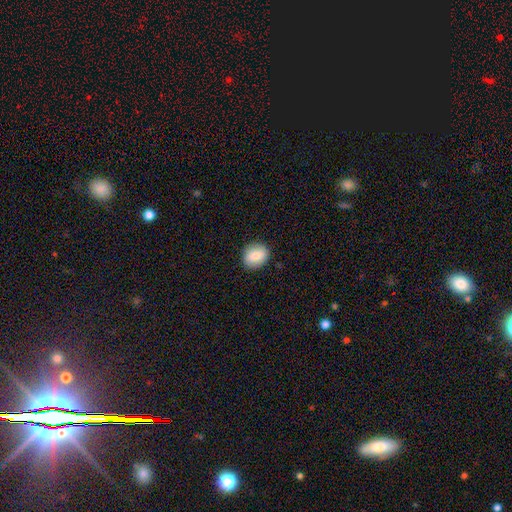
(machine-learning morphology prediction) Smooth or featured?
  - smooth: 80% *
  - featured or disk: 13%
  - star or artifact: 7%
How rounded?
  - round: 60% *
  - in between: 39%
  - cigar-shaped: 1%
Merging?
  - none: 88% *
  - minor disturbance: 9%
  - major disturbance: 2%
  - merger: 1%